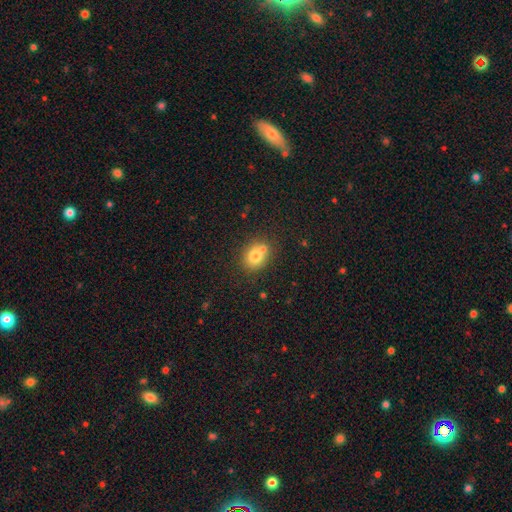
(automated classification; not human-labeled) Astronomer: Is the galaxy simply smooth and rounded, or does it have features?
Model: smooth — 75%.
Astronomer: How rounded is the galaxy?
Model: round — 56% (runner-up: in between, 43%).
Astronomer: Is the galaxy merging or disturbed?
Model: none — 58%.